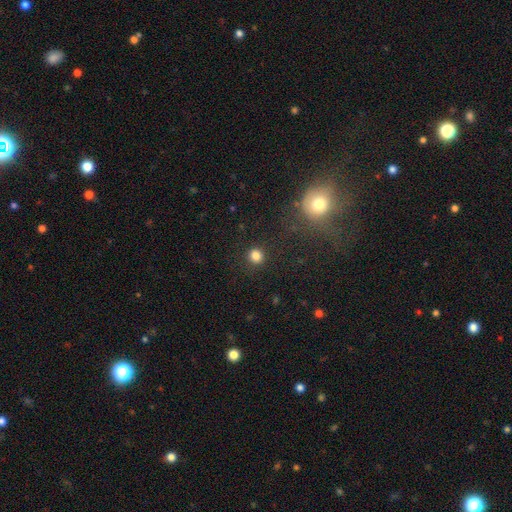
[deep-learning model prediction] A smooth galaxy with no disk features (82%) that is round (88%).

Vote fractions:
- Smooth or featured? smooth: 82% / star or artifact: 13% / featured or disk: 4%
- How rounded? round: 88% / in between: 11% / cigar-shaped: 1%
- Merging? none: 89% / minor disturbance: 6% / major disturbance: 3% / merger: 2%